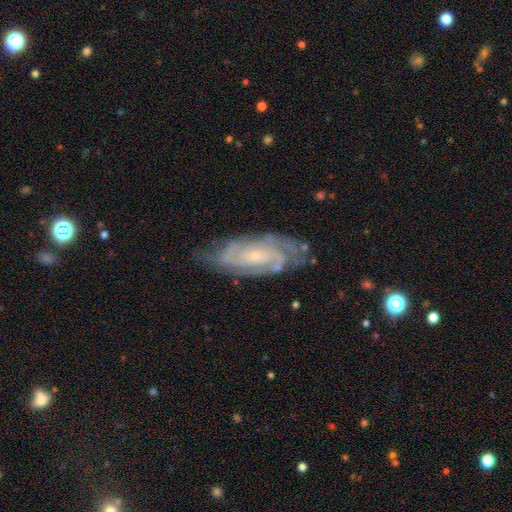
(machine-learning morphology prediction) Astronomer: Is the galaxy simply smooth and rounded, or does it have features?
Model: featured or disk — 87%.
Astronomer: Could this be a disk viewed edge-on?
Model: no — 94%.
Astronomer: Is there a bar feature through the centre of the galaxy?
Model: no — 64%.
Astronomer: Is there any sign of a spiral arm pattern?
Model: yes — 97%.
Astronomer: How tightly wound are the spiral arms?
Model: tight — 65%.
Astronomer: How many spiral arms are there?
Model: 2 — 38% (runner-up: can't tell, 22%).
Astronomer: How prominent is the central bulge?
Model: small — 77%.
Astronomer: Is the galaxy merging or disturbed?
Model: none — 73%.